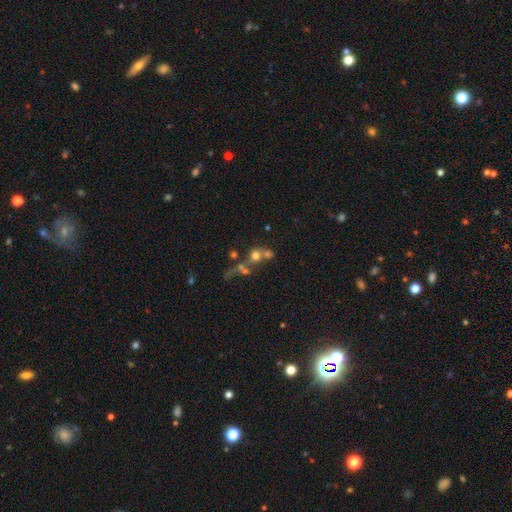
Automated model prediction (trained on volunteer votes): Overall: smooth (56%; featured or disk 25%). How rounded: round (80%). Merging: merger (48%; none 33%).